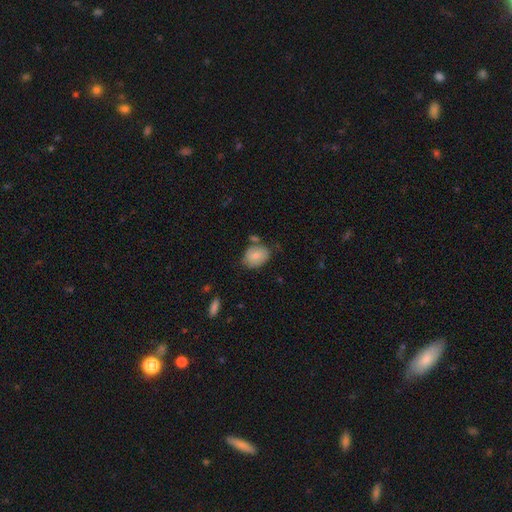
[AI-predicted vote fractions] smooth 76%, featured or disk 17%, star or artifact 7%. Down the decision tree: how rounded — in between (64%); merging — none (59%).